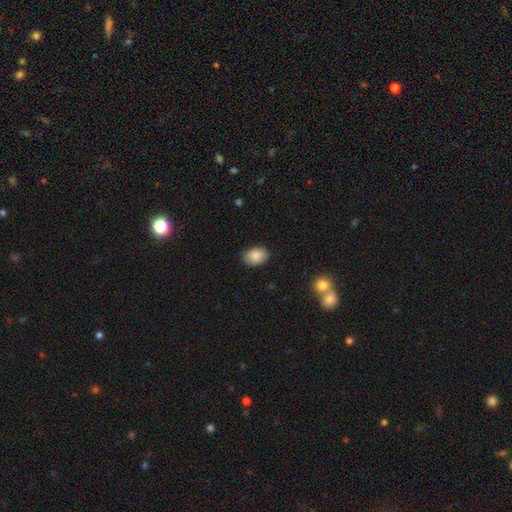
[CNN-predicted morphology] Overall: smooth (87%). How rounded: in between (83%). Merging: none (84%).